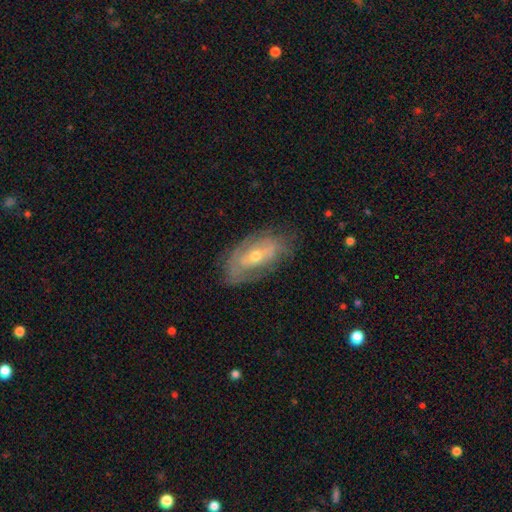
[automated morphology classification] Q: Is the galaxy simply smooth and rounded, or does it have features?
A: featured or disk — 69%.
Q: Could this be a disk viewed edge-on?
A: no — 88%.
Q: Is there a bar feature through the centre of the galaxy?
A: no — 56%.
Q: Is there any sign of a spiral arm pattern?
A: yes — 63%.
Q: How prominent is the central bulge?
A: moderate — 49%.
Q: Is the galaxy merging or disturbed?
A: none — 67%.